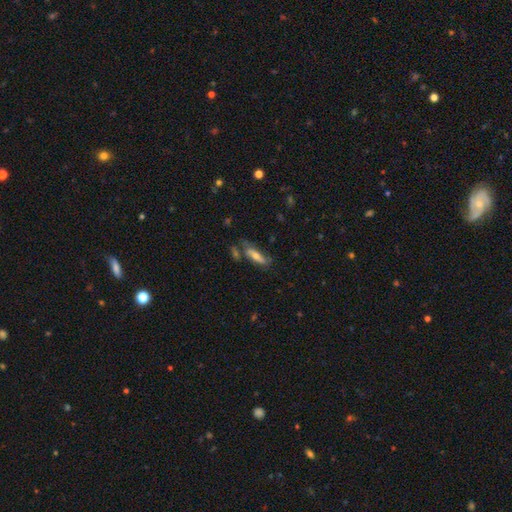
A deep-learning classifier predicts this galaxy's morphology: A smooth galaxy with no disk features (52%) that is cigar-shaped (53%).

Vote fractions:
- Smooth or featured? smooth: 52% / featured or disk: 39% / star or artifact: 8%
- How rounded? cigar-shaped: 53% / in between: 44% / round: 2%
- Merging? none: 49% / minor disturbance: 24% / merger: 15% / major disturbance: 12%